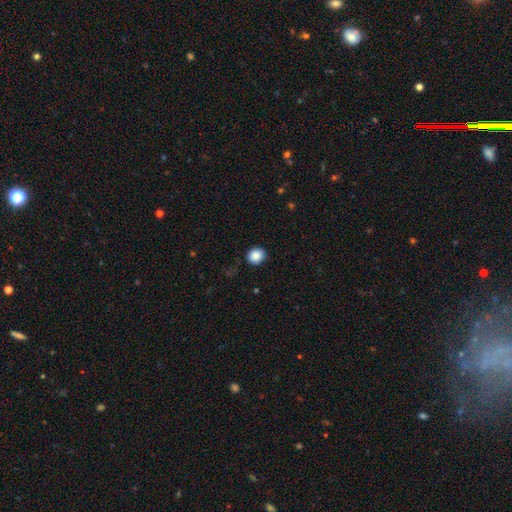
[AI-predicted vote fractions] Smooth or featured? Predicted: smooth (p=0.86). How rounded? Predicted: round (p=0.83). Merging? Predicted: none (p=0.87).